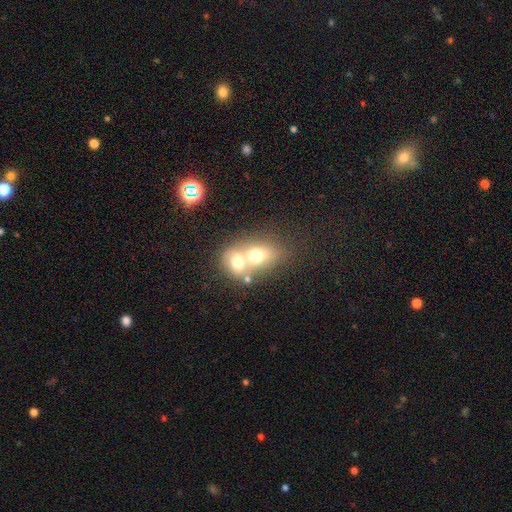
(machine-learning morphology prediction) smooth 66%, featured or disk 23%, star or artifact 11%. Down the decision tree: how rounded — in between (50%); merging — merger (71%).